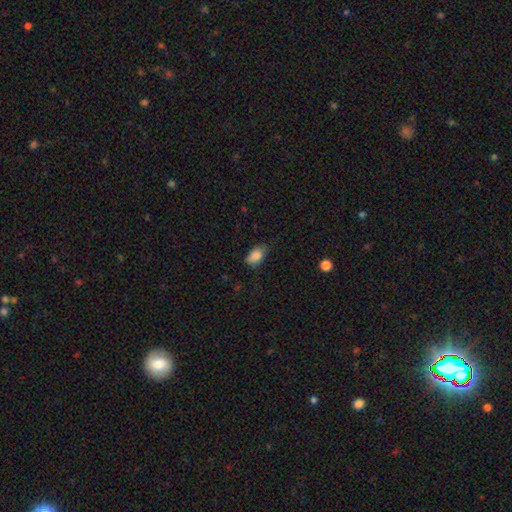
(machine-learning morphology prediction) smooth_or_featured: smooth (p=0.85) [alt: star or artifact p=0.08]
how_rounded: in between (p=0.90) [alt: round p=0.08]
merging: none (p=0.67) [alt: minor disturbance p=0.27]